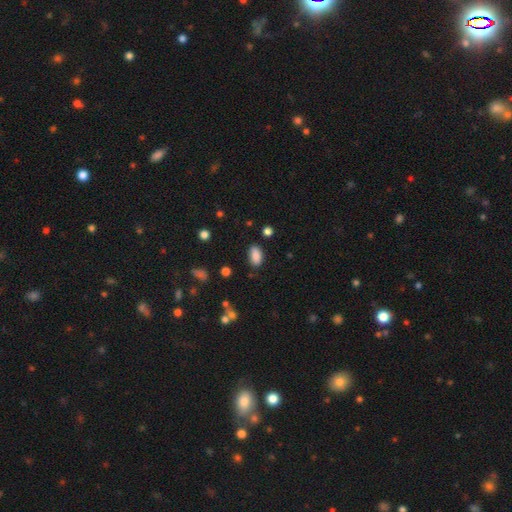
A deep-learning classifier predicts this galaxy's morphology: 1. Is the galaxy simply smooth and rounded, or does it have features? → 87% smooth, 8% star or artifact, 5% featured or disk.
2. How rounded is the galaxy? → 92% in between, 4% round, 4% cigar-shaped.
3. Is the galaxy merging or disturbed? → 82% none, 13% minor disturbance, 3% major disturbance, 2% merger.